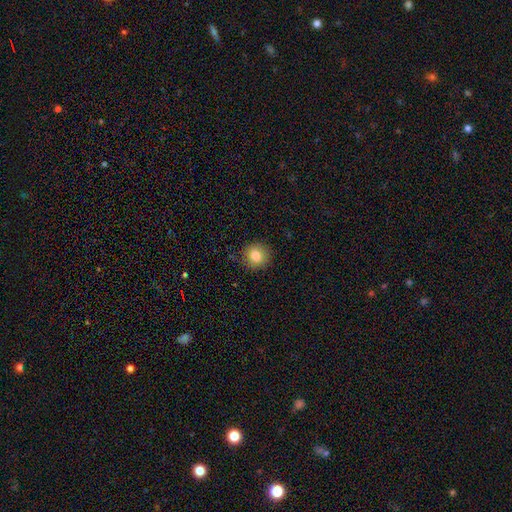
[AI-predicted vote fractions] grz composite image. It shows a smooth galaxy with no disk features (83%) that is round (90%). Merging: none (89%).